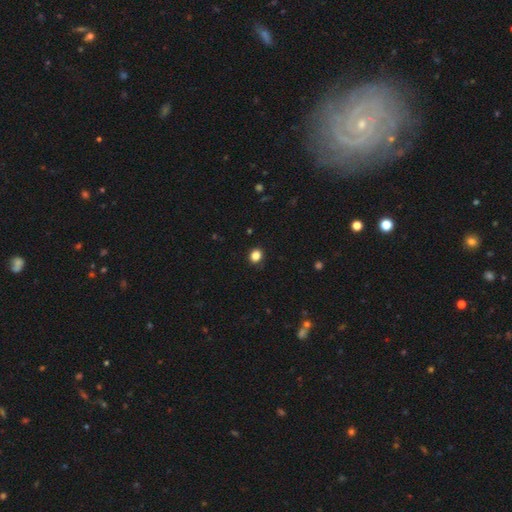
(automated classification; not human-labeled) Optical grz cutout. It shows a smooth galaxy with no disk features (84%) that is round (72%). Merging: none (89%).